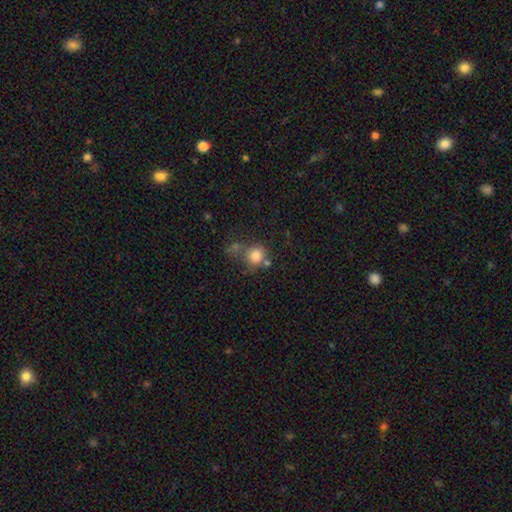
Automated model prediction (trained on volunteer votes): A smooth galaxy with no disk features (80%) that is round (85%).

Vote fractions:
- Smooth or featured? smooth: 80% / star or artifact: 11% / featured or disk: 9%
- How rounded? round: 85% / in between: 14% / cigar-shaped: 1%
- Merging? none: 54% / merger: 24% / minor disturbance: 15% / major disturbance: 7%